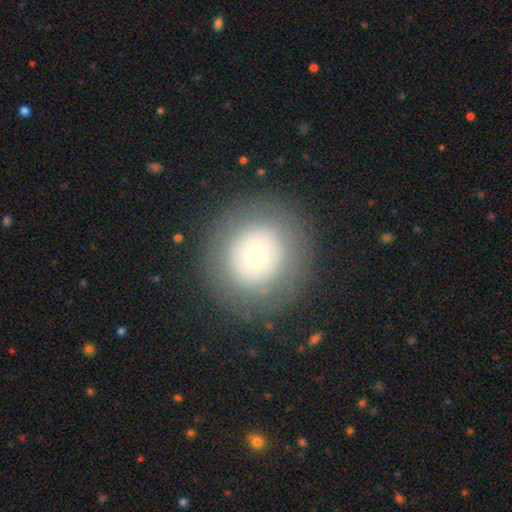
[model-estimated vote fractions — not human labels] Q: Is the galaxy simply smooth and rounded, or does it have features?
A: smooth — 53%.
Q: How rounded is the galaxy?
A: round — 91%.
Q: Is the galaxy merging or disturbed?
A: none — 84%.